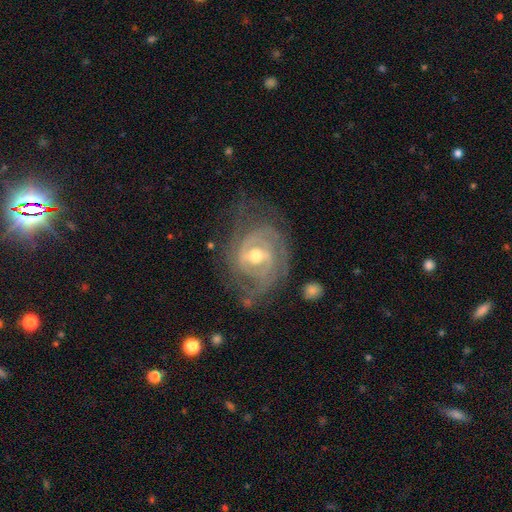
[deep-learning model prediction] This appears to be a featured or disk galaxy (88%) with a weak bar (50%), 2 (35%) tight (63%) spiral arms (92%) and a moderate central bulge (68%). Merging: none (61%).